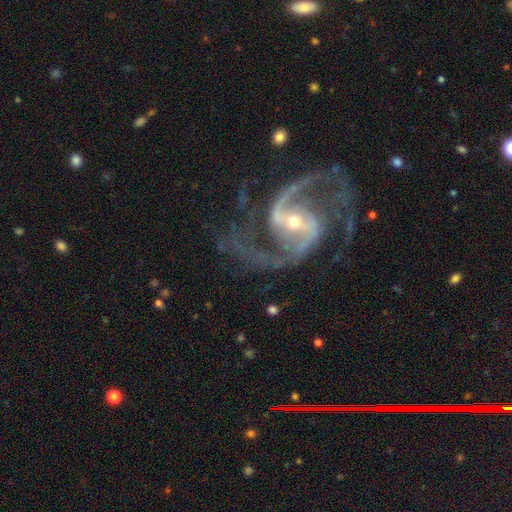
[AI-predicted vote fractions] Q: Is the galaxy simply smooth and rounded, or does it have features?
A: featured or disk — 93%.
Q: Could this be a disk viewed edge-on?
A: no — 98%.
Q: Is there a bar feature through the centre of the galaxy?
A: weak — 37%.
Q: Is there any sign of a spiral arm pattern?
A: yes — 99%.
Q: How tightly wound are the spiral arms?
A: medium — 60%.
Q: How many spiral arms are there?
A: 2 — 92%.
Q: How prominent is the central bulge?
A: small — 60%.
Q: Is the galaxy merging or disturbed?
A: none — 72%.